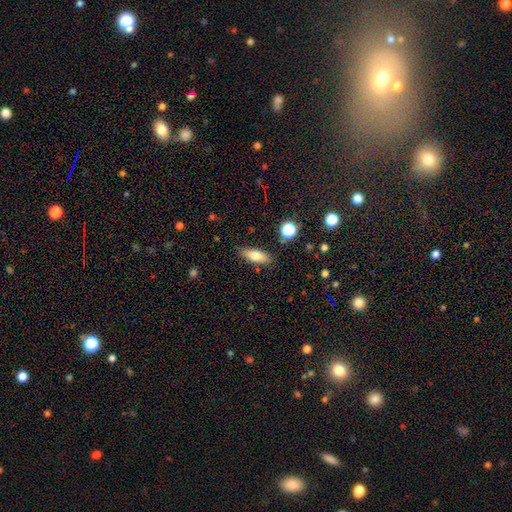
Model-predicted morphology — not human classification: Smooth or featured? smooth (75%)
How rounded? in between (64%)
Merging? none (84%)